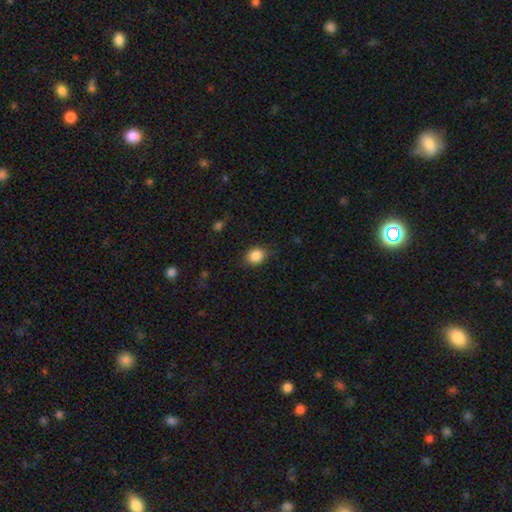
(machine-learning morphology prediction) Smooth or featured?
  - smooth: 86% *
  - star or artifact: 9%
  - featured or disk: 5%
How rounded?
  - round: 63% *
  - in between: 36%
  - cigar-shaped: 1%
Merging?
  - none: 78% *
  - minor disturbance: 16%
  - major disturbance: 4%
  - merger: 1%